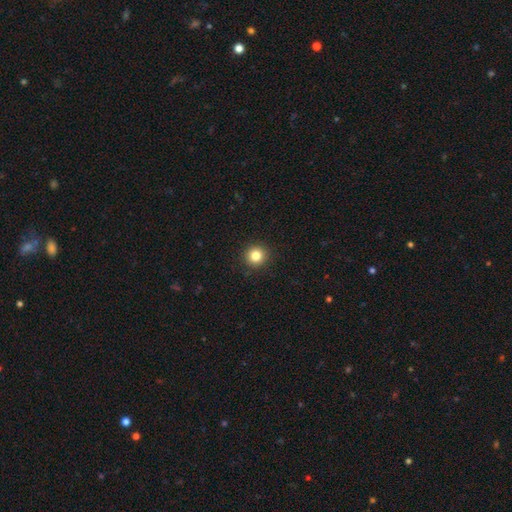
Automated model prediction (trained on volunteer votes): Smooth or featured?
  - smooth: 83% *
  - star or artifact: 11%
  - featured or disk: 6%
How rounded?
  - round: 94% *
  - in between: 5%
  - cigar-shaped: 1%
Merging?
  - none: 92% *
  - minor disturbance: 5%
  - major disturbance: 2%
  - merger: 1%